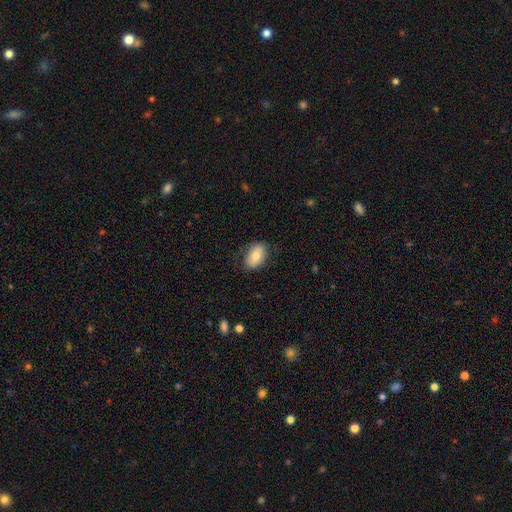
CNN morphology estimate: This appears to be a smooth galaxy with no disk features (73%) that is in between round and cigar-shaped (88%). Merging: none (75%).